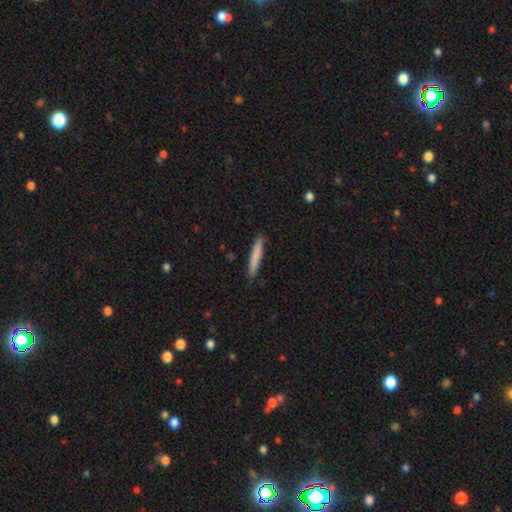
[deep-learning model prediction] smooth-or-featured: smooth: 78% | featured or disk: 16% | star or artifact: 6%
  how-rounded: cigar-shaped: 94% | in between: 5% | round: 1%
  merging: none: 87% | minor disturbance: 10% | major disturbance: 2% | merger: 1%